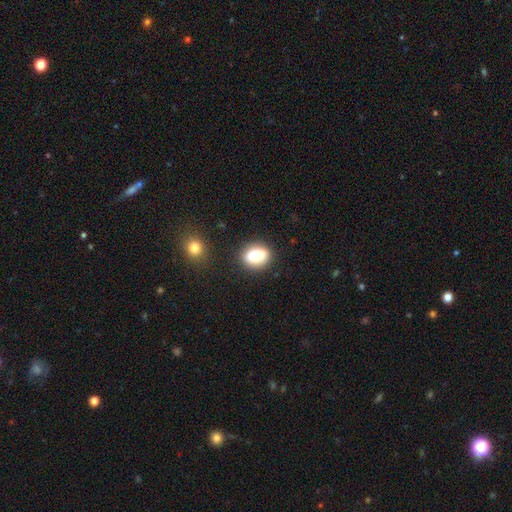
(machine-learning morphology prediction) Smooth or featured?
  - smooth: 84% *
  - star or artifact: 9%
  - featured or disk: 7%
How rounded?
  - in between: 69% *
  - round: 30%
  - cigar-shaped: 2%
Merging?
  - none: 78% *
  - minor disturbance: 14%
  - merger: 4%
  - major disturbance: 4%